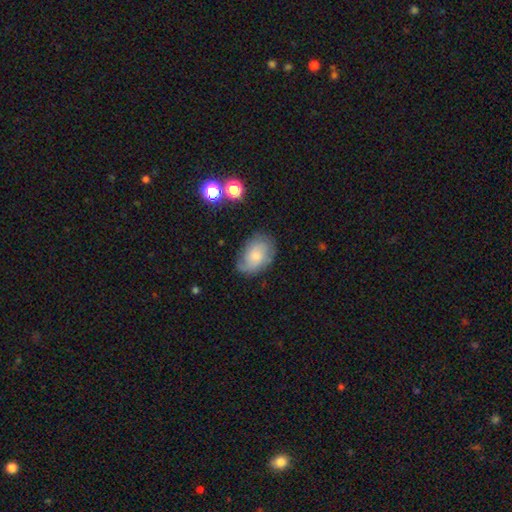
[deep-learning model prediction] Smooth or featured? smooth (52%)
How rounded? in between (83%)
Merging? none (69%)